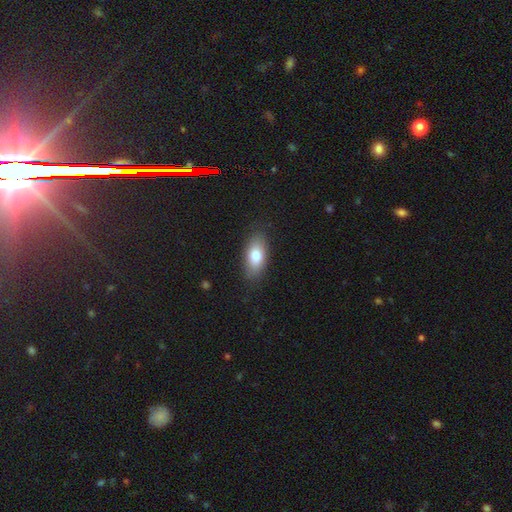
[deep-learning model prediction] A smooth galaxy with no disk features (78%) that is in between round and cigar-shaped (89%).

Vote fractions:
- Smooth or featured? smooth: 78% / featured or disk: 15% / star or artifact: 7%
- How rounded? in between: 89% / cigar-shaped: 7% / round: 4%
- Merging? none: 84% / minor disturbance: 12% / major disturbance: 3% / merger: 1%